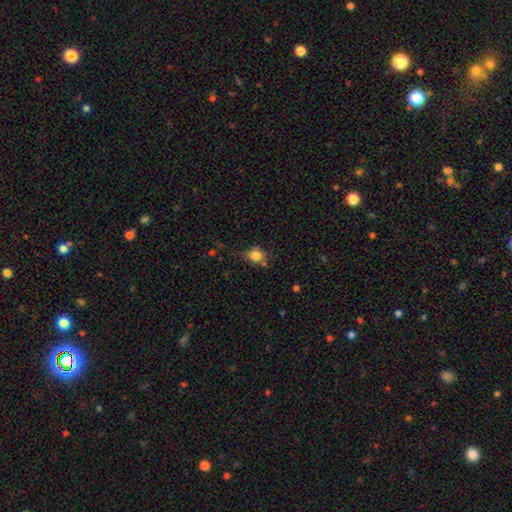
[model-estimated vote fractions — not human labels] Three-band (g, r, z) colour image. It shows a smooth galaxy with no disk features (81%) that is round (78%). Merging: none (63%).